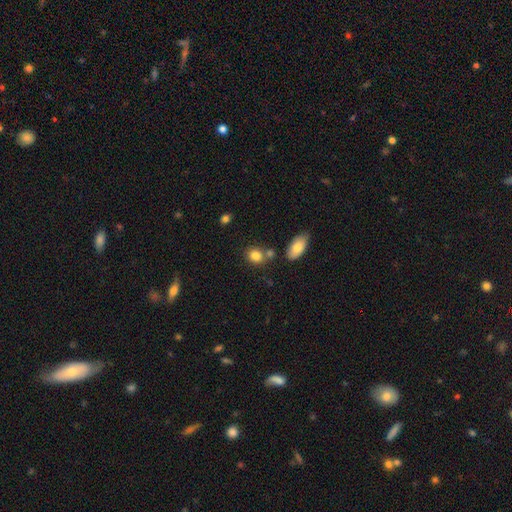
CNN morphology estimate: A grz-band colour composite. It shows a smooth galaxy with no disk features (84%) that is round (54%). Merging: none (63%).